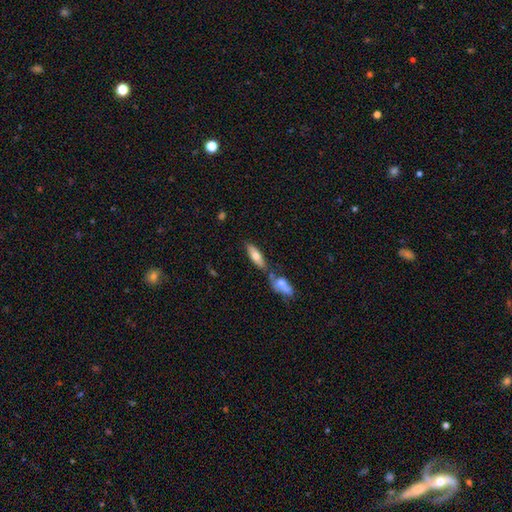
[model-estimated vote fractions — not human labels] This appears to be a smooth galaxy with no disk features (66%) that is in between round and cigar-shaped (62%). Merging: none (54%).